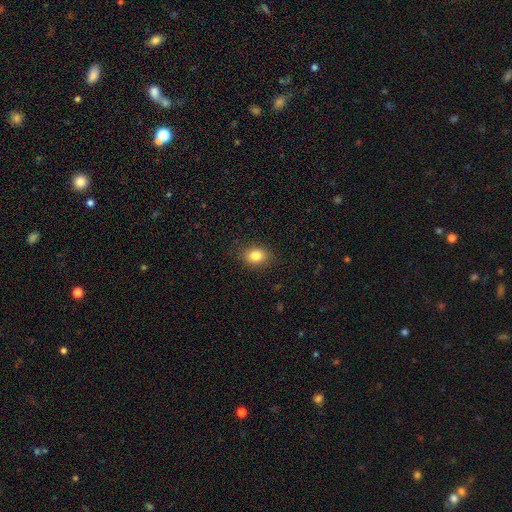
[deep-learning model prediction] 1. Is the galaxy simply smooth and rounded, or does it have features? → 84% smooth, 10% star or artifact, 6% featured or disk.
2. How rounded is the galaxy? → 59% in between, 40% round, 1% cigar-shaped.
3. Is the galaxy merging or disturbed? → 88% none, 9% minor disturbance, 3% major disturbance, 1% merger.